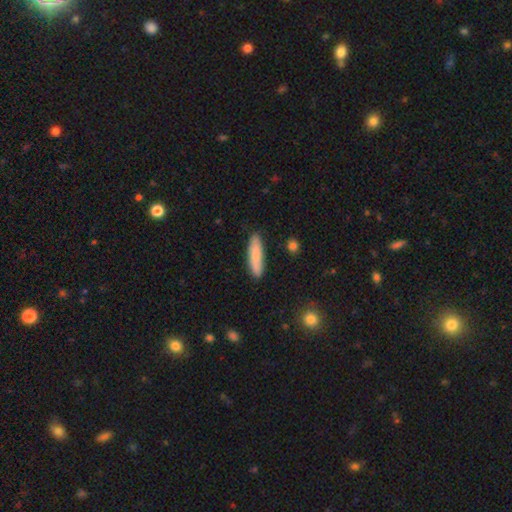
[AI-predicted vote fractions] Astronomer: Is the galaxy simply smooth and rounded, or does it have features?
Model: smooth — 79%.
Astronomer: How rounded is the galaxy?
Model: cigar-shaped — 73%.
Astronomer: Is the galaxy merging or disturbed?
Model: none — 87%.